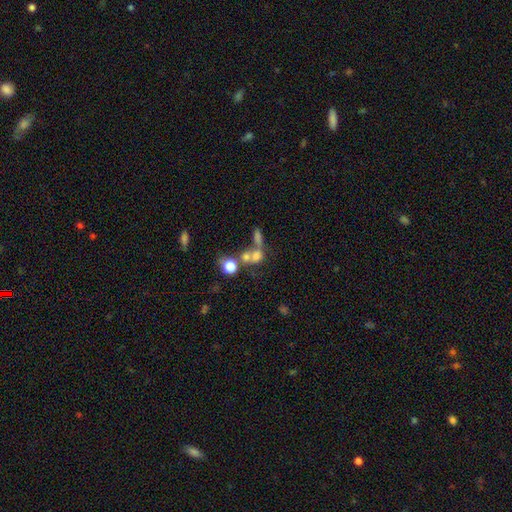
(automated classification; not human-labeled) The model was most divided on "how rounded": round: 59%, in between: 38%, cigar-shaped: 3%. More confident: smooth or featured — smooth (61%); merging — merger (53%).